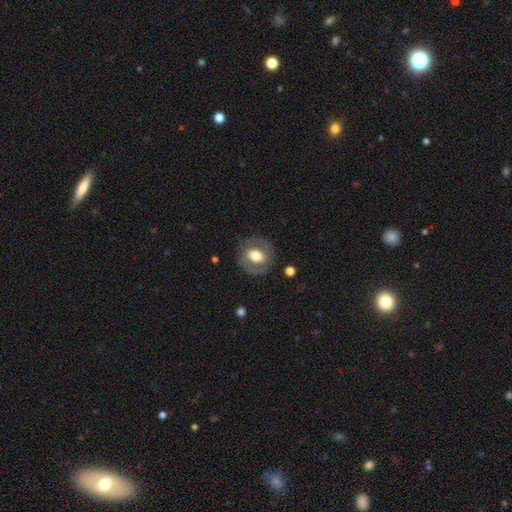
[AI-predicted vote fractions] A featured or disk galaxy (47%). Merging: none (78%).